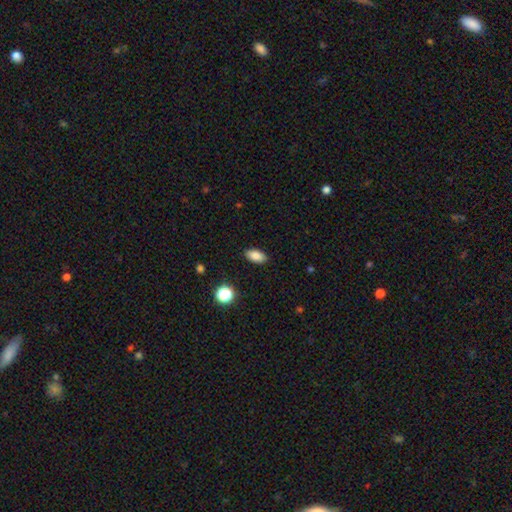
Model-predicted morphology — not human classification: A smooth galaxy with no disk features (85%) that is in between round and cigar-shaped (91%). Merging: none (89%).